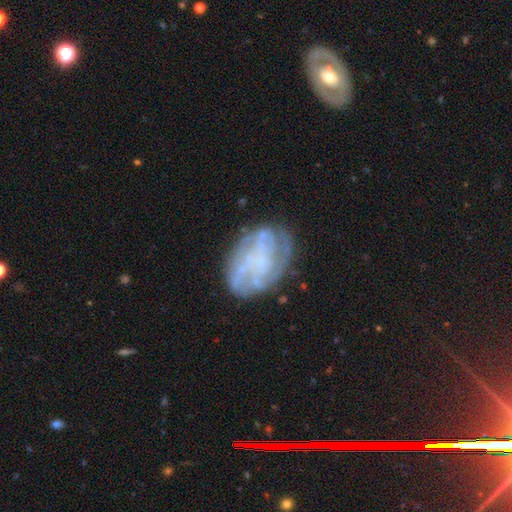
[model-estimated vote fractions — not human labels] Morphology: type=featured or disk (65%); edge-on=no (96%); bar=no (71%); spiral arms=yes (71%); bulge=none (59%); merging=none (67%).